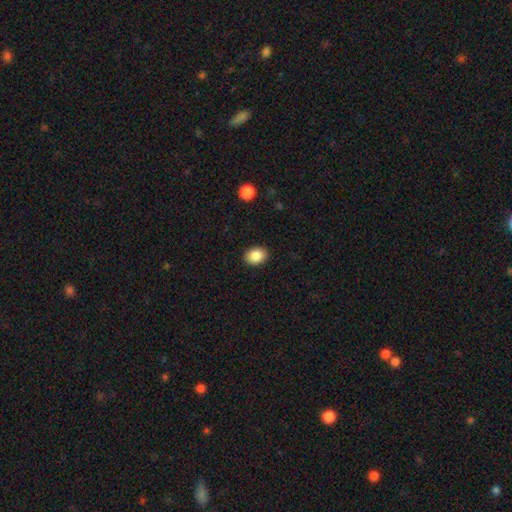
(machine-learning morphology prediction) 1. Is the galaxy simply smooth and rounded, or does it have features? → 87% smooth, 8% star or artifact, 5% featured or disk.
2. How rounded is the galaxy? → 63% in between, 36% round, 1% cigar-shaped.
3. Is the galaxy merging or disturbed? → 90% none, 7% minor disturbance, 2% major disturbance, 1% merger.